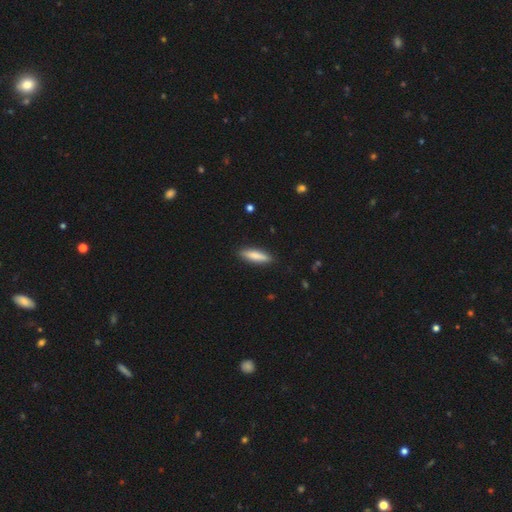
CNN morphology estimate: Smooth or featured? smooth (79%)
How rounded? cigar-shaped (71%)
Merging? none (89%)